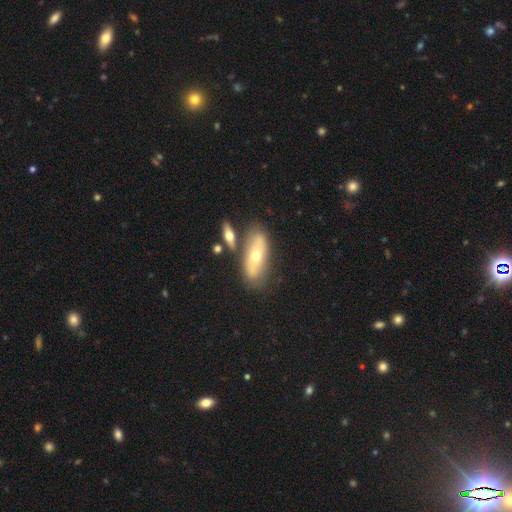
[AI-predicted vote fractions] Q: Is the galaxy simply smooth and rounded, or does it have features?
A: smooth — 47%.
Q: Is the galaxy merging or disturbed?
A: none — 66%.